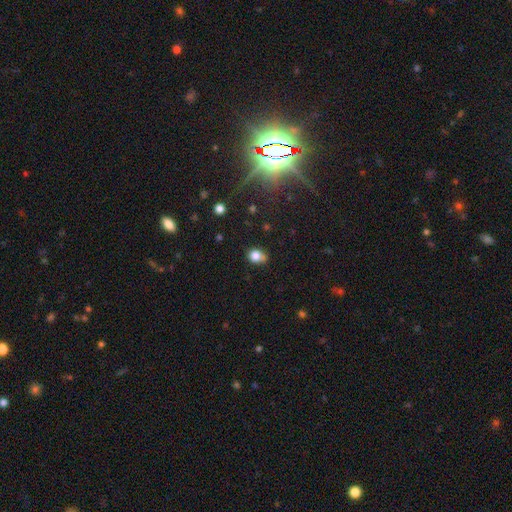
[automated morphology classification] Smooth or featured? smooth (81%)
How rounded? in between (54%)
Merging? none (58%)